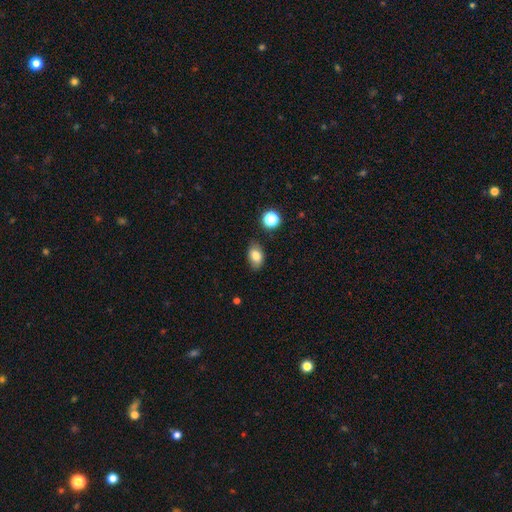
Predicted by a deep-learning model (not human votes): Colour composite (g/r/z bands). It shows a smooth galaxy with no disk features (81%) that is in between round and cigar-shaped (85%). Merging: none (80%).